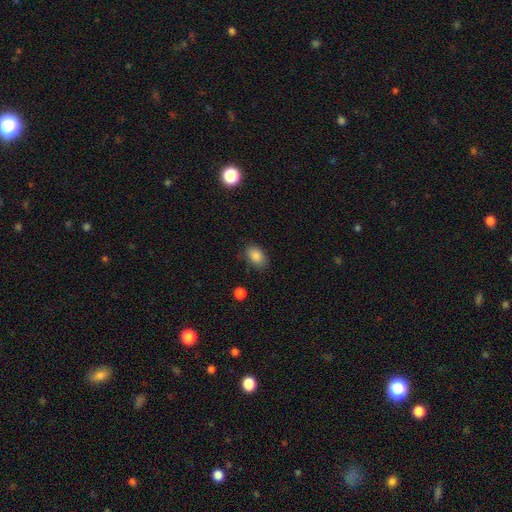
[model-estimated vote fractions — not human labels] smooth 87%, star or artifact 8%, featured or disk 5%. Down the decision tree: how rounded — in between (85%); merging — none (81%).